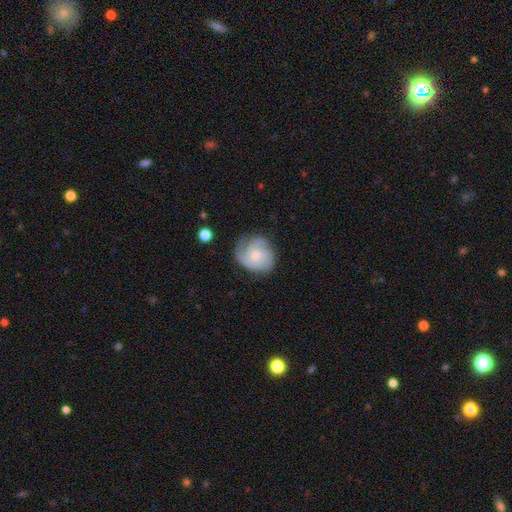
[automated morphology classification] featured or disk 77%, smooth 17%, star or artifact 6%. Down the decision tree: edge-on disk — no (98%); bar — no (73%); spiral arms — yes (96%); spiral arm count — 3 (45%); spiral winding — tight (58%); bulge size — small (58%); merging — none (67%).